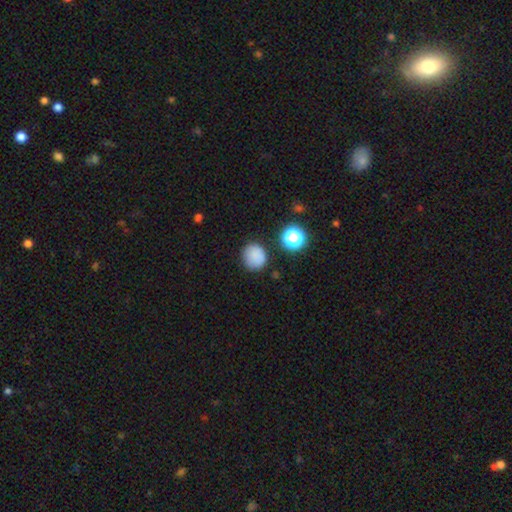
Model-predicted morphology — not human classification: Q: Smooth or featured?
A: smooth (81%); runner-up: star or artifact (13%)
Q: How rounded?
A: round (85%); runner-up: in between (15%)
Q: Merging?
A: none (80%); runner-up: minor disturbance (13%)